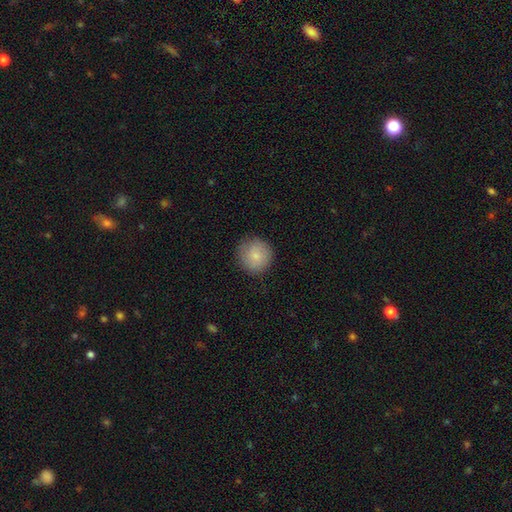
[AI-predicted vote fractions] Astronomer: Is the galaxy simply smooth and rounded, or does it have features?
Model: smooth — 85%.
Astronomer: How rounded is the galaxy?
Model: round — 94%.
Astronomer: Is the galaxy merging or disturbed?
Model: none — 85%.